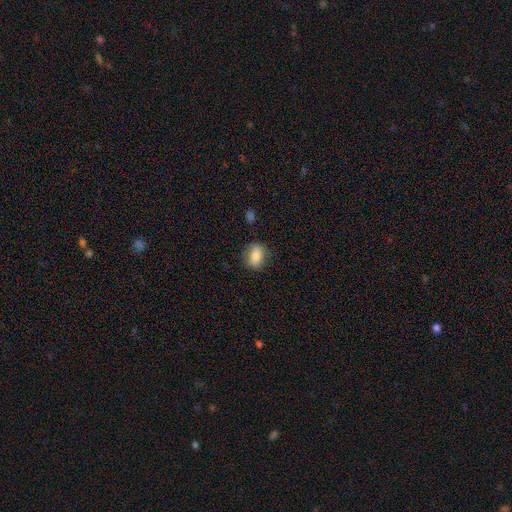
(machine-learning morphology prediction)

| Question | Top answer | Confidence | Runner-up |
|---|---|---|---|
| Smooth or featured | smooth | 79% | featured or disk (13%) |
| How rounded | in between | 73% | round (24%) |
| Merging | none | 81% | minor disturbance (14%) |